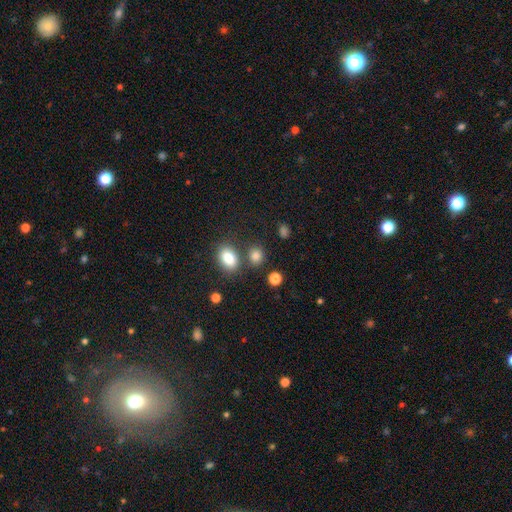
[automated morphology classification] A smooth galaxy with no disk features (82%) that is round (59%). Merging: none (71%).